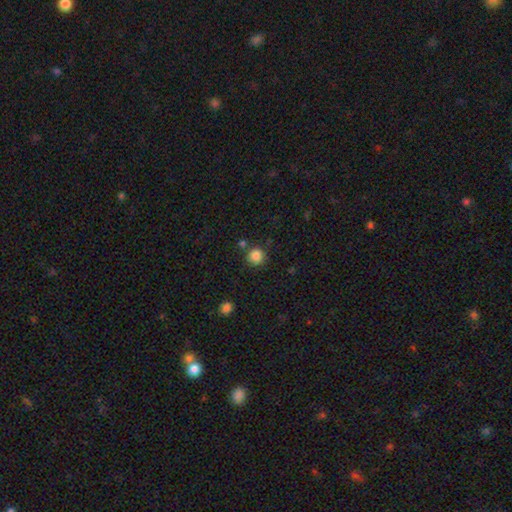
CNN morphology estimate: smooth_or_featured: smooth (p=0.85) [alt: star or artifact p=0.11]
how_rounded: round (p=0.93) [alt: in between p=0.06]
merging: none (p=0.81) [alt: minor disturbance p=0.09]